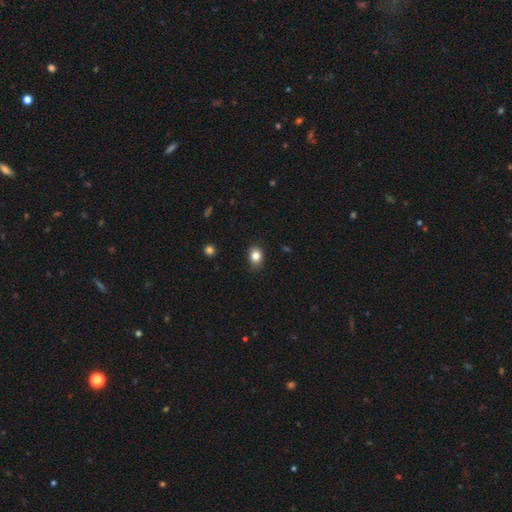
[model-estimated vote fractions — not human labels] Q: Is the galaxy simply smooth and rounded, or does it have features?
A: smooth — 82%.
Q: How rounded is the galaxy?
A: round — 52%.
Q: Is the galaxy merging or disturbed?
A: none — 82%.